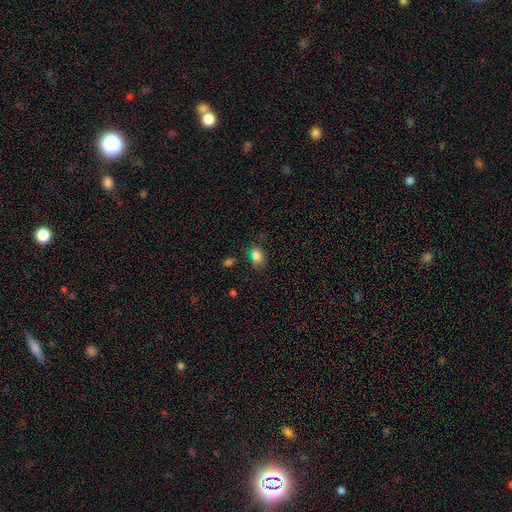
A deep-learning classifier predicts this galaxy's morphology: The model was most divided on "merging": none: 66%, minor disturbance: 22%, major disturbance: 7%, merger: 5%. More confident: smooth or featured — smooth (77%); how rounded — in between (75%).